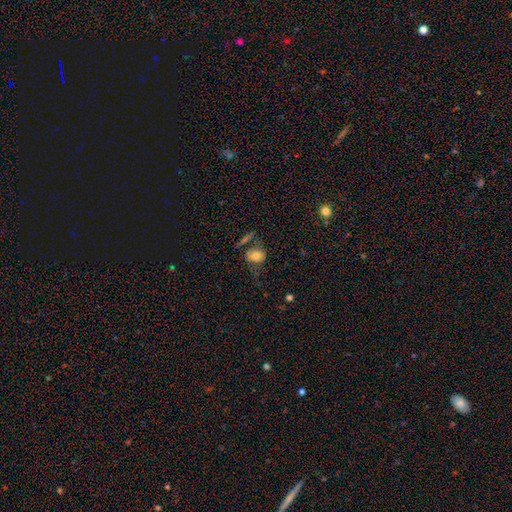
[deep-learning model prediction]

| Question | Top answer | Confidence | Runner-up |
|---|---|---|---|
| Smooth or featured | smooth | 65% | featured or disk (25%) |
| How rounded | round | 51% | in between (46%) |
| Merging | none | 47% | minor disturbance (23%) |